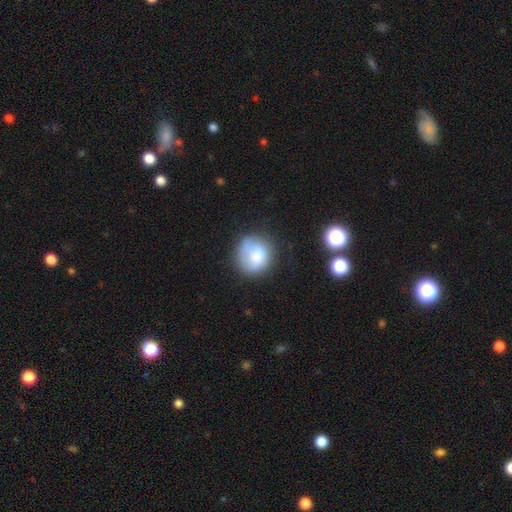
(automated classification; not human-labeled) smooth_or_featured: smooth (p=0.75) [alt: featured or disk p=0.16]
how_rounded: round (p=0.89) [alt: in between p=0.10]
merging: none (p=0.61) [alt: minor disturbance p=0.23]